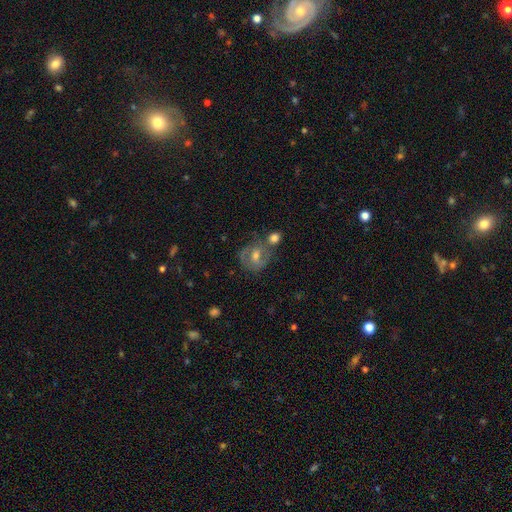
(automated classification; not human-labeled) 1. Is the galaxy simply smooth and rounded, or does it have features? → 57% featured or disk, 34% smooth, 9% star or artifact.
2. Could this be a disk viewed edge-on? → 96% no, 4% yes.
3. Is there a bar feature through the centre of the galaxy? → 49% weak, 34% no, 17% strong.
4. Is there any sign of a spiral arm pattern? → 76% yes, 24% no.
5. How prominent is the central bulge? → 66% moderate, 25% small, 6% large, 2% none, 1% dominant.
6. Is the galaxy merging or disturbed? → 54% none, 21% merger, 17% minor disturbance, 8% major disturbance.